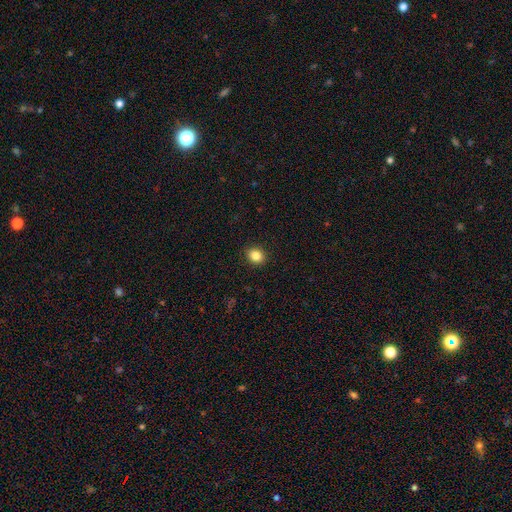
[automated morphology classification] Overall: smooth (85%). How rounded: round (70%). Merging: none (91%).